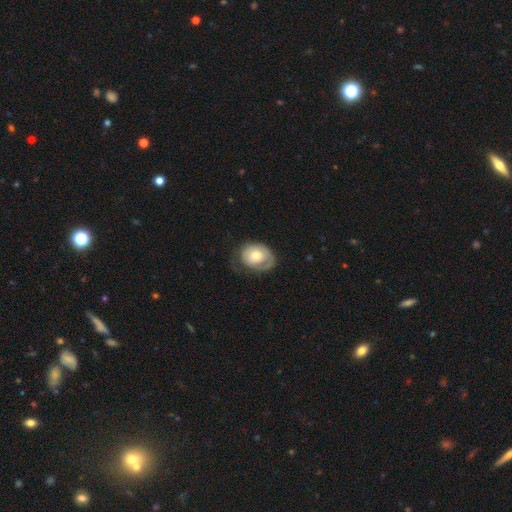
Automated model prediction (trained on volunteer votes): Morphology: type=smooth (55%); roundness=in between (51%); merging=none (50%).